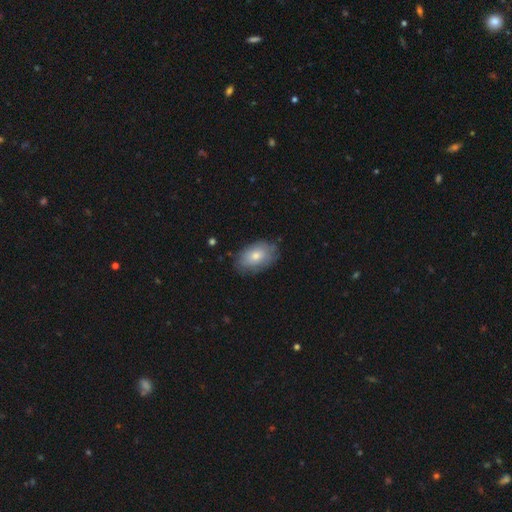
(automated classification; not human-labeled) Q: Smooth or featured?
A: smooth (72%); runner-up: featured or disk (21%)
Q: How rounded?
A: in between (91%); runner-up: round (8%)
Q: Merging?
A: none (78%); runner-up: minor disturbance (18%)